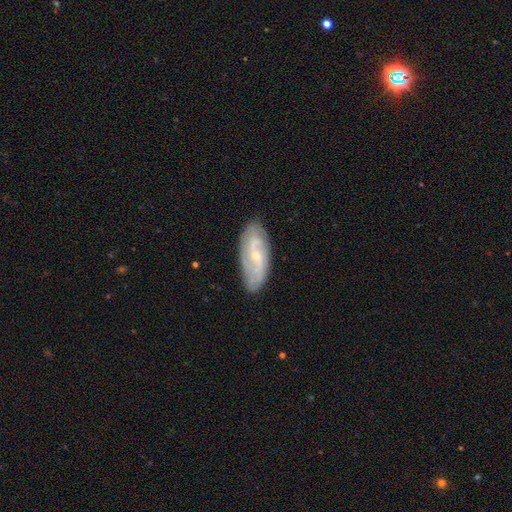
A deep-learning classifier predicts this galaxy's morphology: This appears to be a featured or disk galaxy (75%) with a weak bar (44%, tied with no), 2 (52%) medium (41%) spiral arms (91%) and a small central bulge (69%). Merging: none (81%).